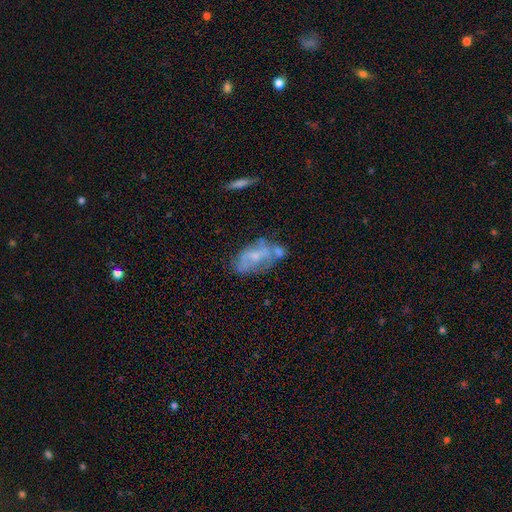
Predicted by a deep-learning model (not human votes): featured or disk 54%, smooth 37%, star or artifact 9%. Down the decision tree: edge-on disk — no (92%); merging — none (37%).